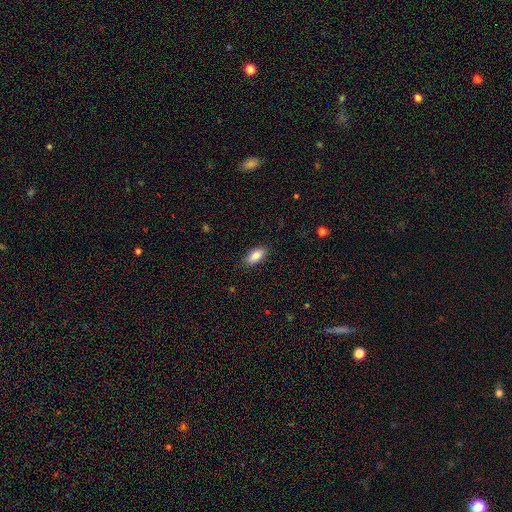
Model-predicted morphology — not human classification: A smooth galaxy with no disk features (86%) that is in between round and cigar-shaped (90%).

Vote fractions:
- Smooth or featured? smooth: 86% / featured or disk: 7% / star or artifact: 7%
- How rounded? in between: 90% / cigar-shaped: 8% / round: 3%
- Merging? none: 87% / minor disturbance: 10% / major disturbance: 2% / merger: 1%